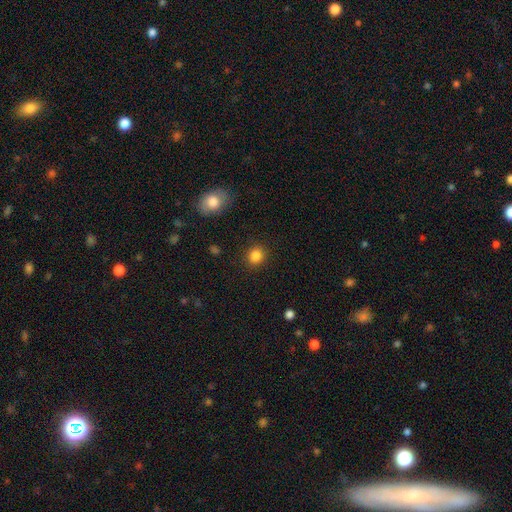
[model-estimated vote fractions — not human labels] This appears to be a smooth galaxy with no disk features (85%) that is round (82%). Merging: none (90%).